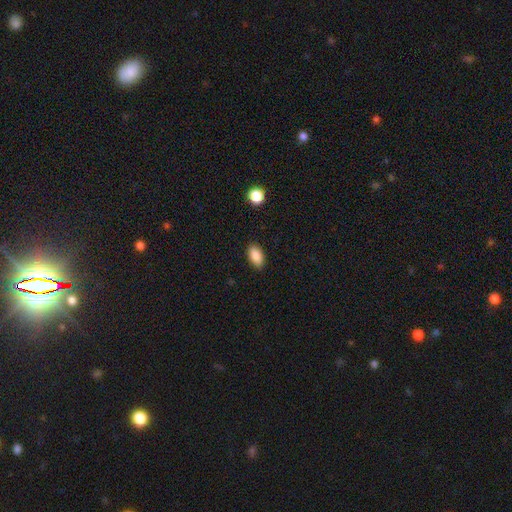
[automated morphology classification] This is clearly a smooth galaxy (88%). How rounded: clearly in between (92%). Merging: clearly none (87%).